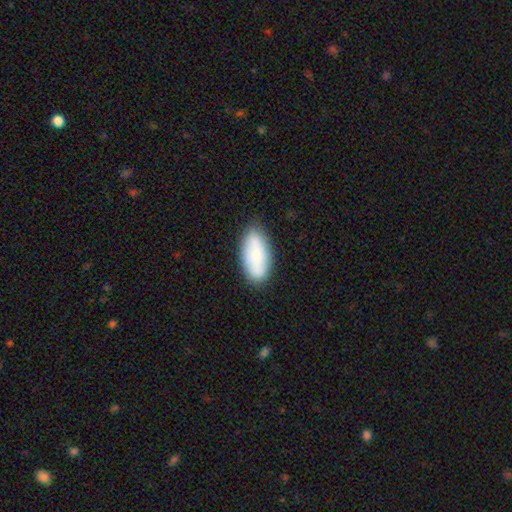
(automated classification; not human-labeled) A smooth galaxy with no disk features (76%) that is in between round and cigar-shaped (89%). Merging: none (81%).